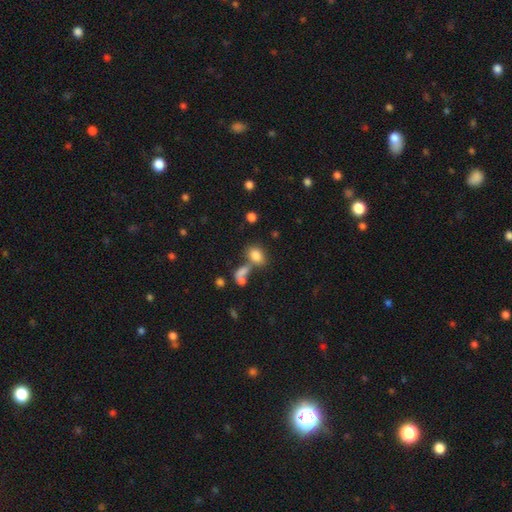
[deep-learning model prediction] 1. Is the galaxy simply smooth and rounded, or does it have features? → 81% smooth, 11% star or artifact, 8% featured or disk.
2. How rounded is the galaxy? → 77% in between, 21% round, 2% cigar-shaped.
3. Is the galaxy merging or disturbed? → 52% none, 29% merger, 12% minor disturbance, 7% major disturbance.